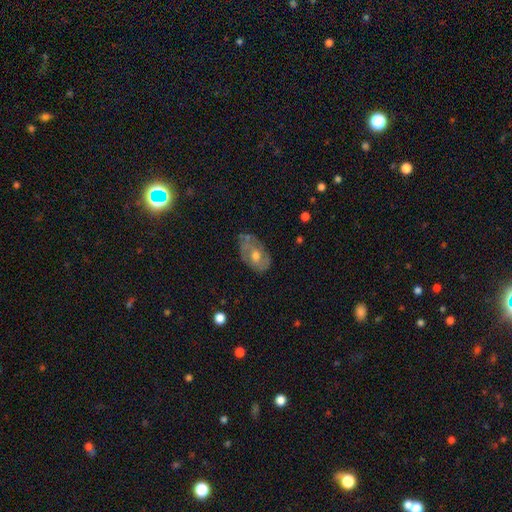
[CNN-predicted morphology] type=featured or disk (58%); edge-on=no (93%); bar=no (73%); spiral arms=yes (60%); bulge=moderate (72%); merging=none (64%).